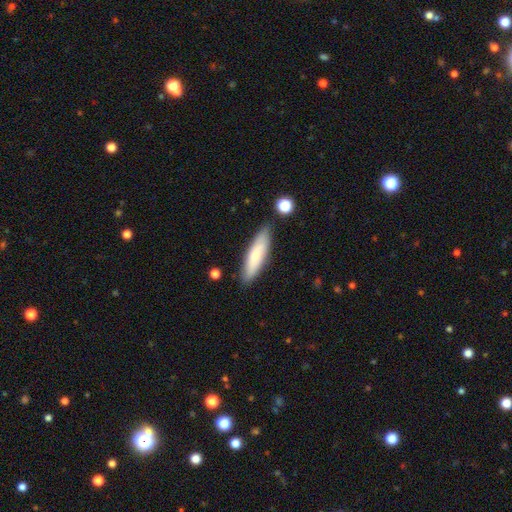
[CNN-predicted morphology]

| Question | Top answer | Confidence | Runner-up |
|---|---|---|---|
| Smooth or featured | smooth | 73% | featured or disk (21%) |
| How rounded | cigar-shaped | 65% | in between (33%) |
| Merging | none | 82% | minor disturbance (12%) |